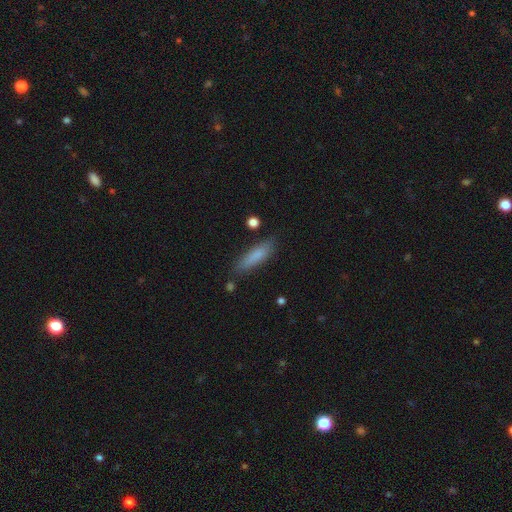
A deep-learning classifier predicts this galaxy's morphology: A smooth galaxy with no disk features (81%) that is cigar-shaped (70%). Merging: none (81%).